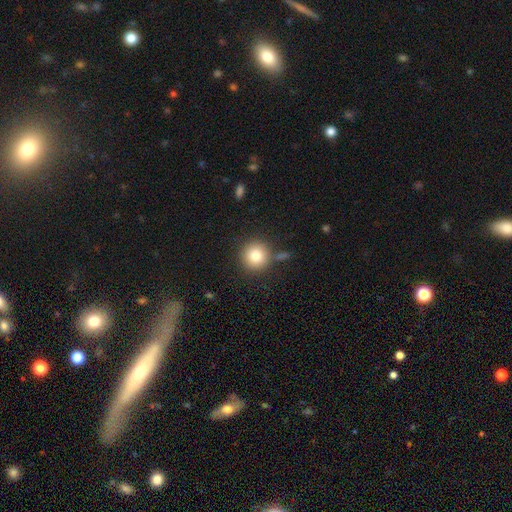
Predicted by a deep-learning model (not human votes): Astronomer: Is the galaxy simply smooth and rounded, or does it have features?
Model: smooth — 82%.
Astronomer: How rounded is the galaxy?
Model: round — 94%.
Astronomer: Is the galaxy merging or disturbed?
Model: none — 81%.